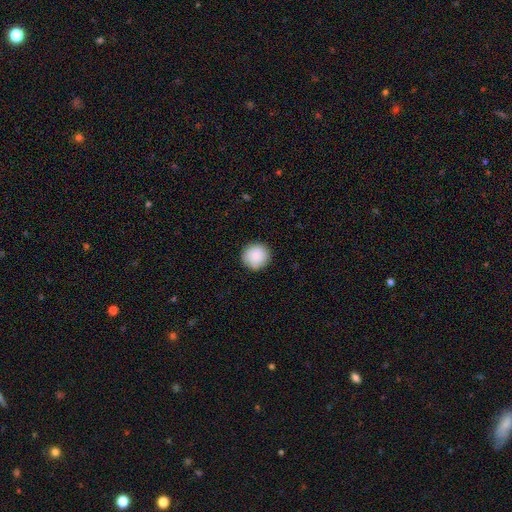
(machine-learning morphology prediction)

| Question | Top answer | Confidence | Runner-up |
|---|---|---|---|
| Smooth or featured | smooth | 90% | star or artifact (7%) |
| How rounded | round | 94% | in between (5%) |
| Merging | none | 90% | minor disturbance (7%) |